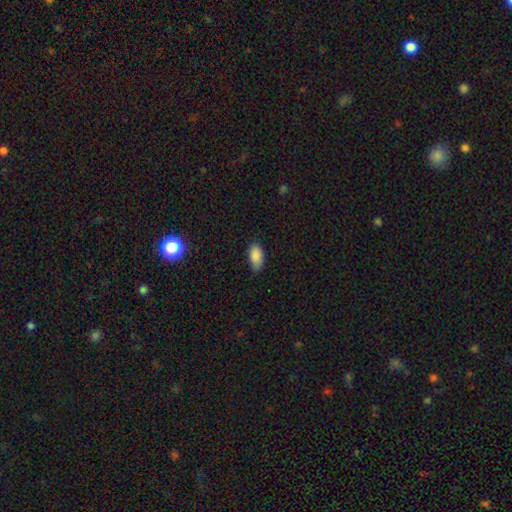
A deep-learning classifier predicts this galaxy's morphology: A smooth galaxy with no disk features (88%) that is in between round and cigar-shaped (92%). Merging: none (78%).